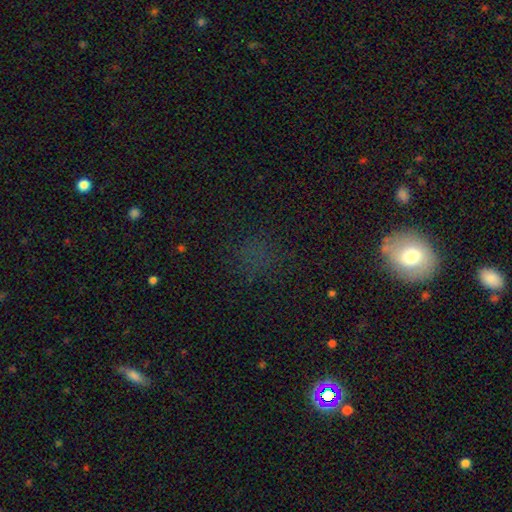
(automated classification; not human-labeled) Smooth or featured: smooth — 46% (star or artifact — 38%)
Merging: none — 69% (minor disturbance — 14%)